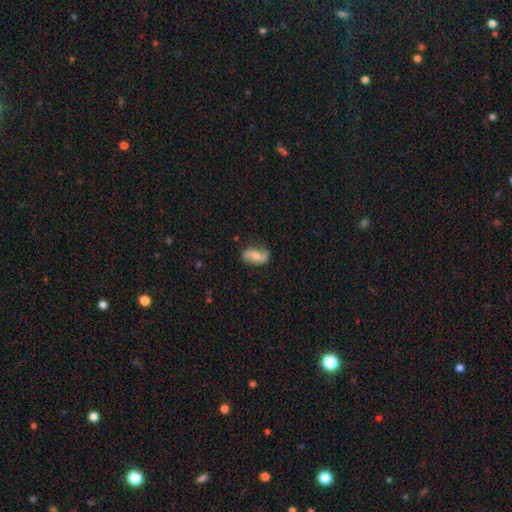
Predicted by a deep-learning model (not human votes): Smooth or featured?
  - featured or disk: 47% *
  - smooth: 46%
  - star or artifact: 7%
Merging?
  - none: 69% *
  - minor disturbance: 23%
  - major disturbance: 7%
  - merger: 2%